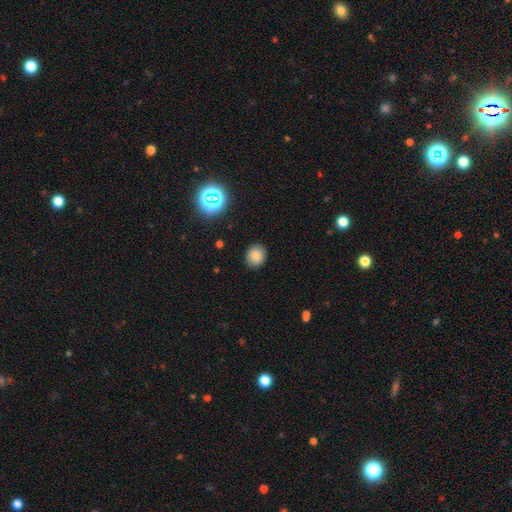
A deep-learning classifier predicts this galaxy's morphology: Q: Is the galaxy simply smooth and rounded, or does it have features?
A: smooth — 82%.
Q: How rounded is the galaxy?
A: round — 69%.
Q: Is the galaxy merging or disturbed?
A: none — 88%.